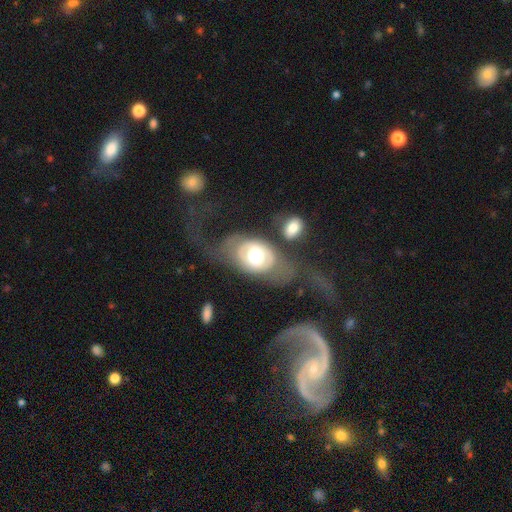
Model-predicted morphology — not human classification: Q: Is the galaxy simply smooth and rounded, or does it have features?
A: featured or disk — 60%.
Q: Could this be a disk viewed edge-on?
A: no — 92%.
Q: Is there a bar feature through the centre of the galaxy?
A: no — 80%.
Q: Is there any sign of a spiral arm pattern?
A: no — 64%.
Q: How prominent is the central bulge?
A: moderate — 61%.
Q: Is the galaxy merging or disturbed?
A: none — 46%.